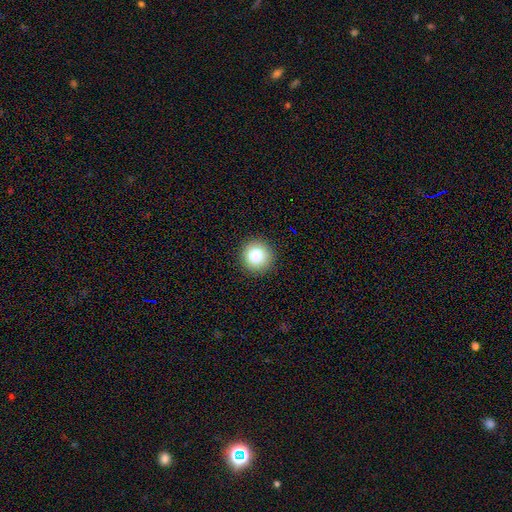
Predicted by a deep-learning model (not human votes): smooth_or_featured: smooth (p=0.82) [alt: star or artifact p=0.10]
how_rounded: round (p=0.93) [alt: in between p=0.06]
merging: none (p=0.91) [alt: minor disturbance p=0.06]